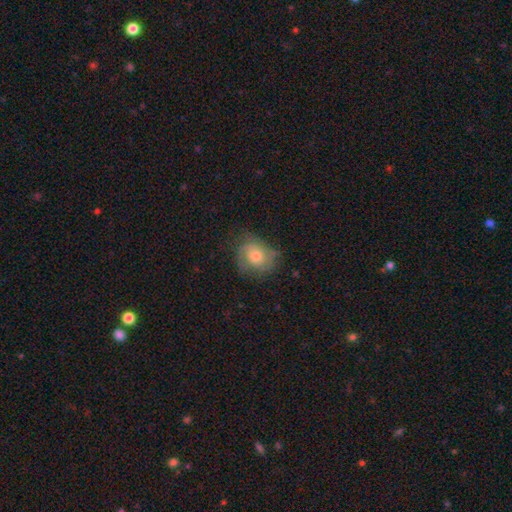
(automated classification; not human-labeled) Smooth or featured: smooth — 46% (tied with featured or disk — 46%)
Merging: none — 61% (minor disturbance — 25%)